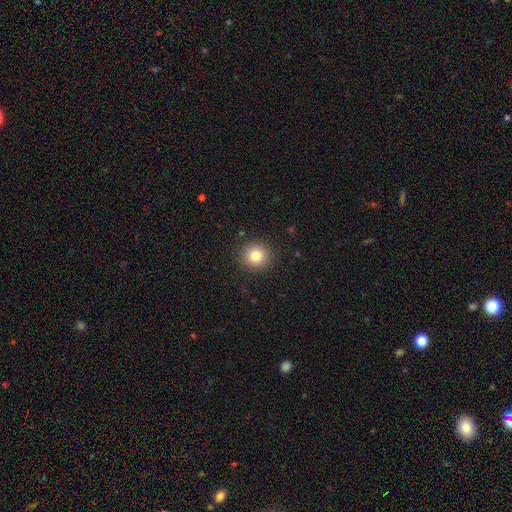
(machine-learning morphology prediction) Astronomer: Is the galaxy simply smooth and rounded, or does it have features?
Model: smooth — 81%.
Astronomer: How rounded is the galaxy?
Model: round — 92%.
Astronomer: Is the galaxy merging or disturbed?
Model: none — 91%.